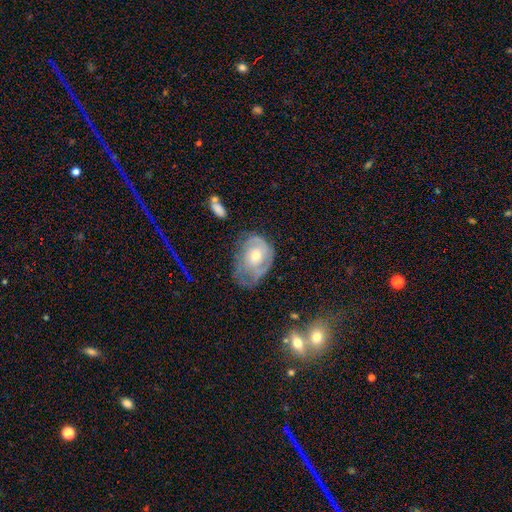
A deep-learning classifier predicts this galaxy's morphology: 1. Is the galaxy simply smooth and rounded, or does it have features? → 66% featured or disk, 27% smooth, 8% star or artifact.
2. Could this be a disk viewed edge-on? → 96% no, 4% yes.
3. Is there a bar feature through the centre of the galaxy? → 79% no, 18% weak, 3% strong.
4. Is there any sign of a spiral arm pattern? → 71% yes, 29% no.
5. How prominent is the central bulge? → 64% moderate, 27% small, 6% large, 2% none, 1% dominant.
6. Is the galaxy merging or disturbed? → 41% none, 31% minor disturbance, 24% major disturbance, 3% merger.